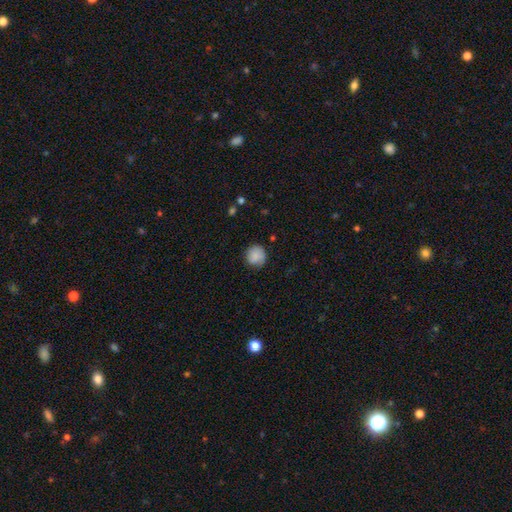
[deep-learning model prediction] Smooth or featured? Predicted: smooth (p=0.85). How rounded? Predicted: round (p=0.88). Merging? Predicted: none (p=0.75).